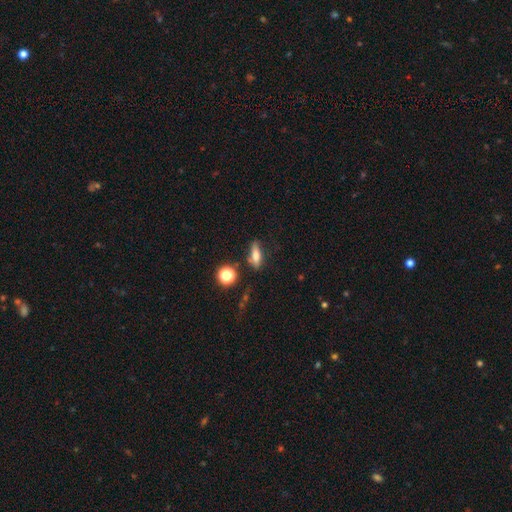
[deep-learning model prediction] smooth_or_featured: smooth (p=0.69) [alt: featured or disk p=0.19]
how_rounded: in between (p=0.55) [alt: cigar-shaped p=0.36]
merging: none (p=0.65) [alt: minor disturbance p=0.22]